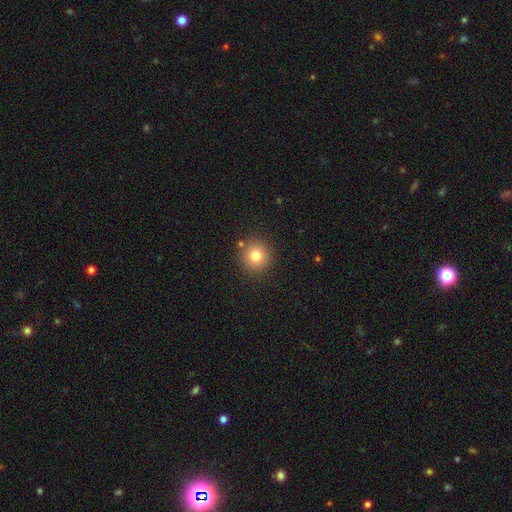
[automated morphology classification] smooth_or_featured: smooth (p=0.80) [alt: star or artifact p=0.12]
how_rounded: round (p=0.94) [alt: in between p=0.05]
merging: none (p=0.87) [alt: minor disturbance p=0.07]